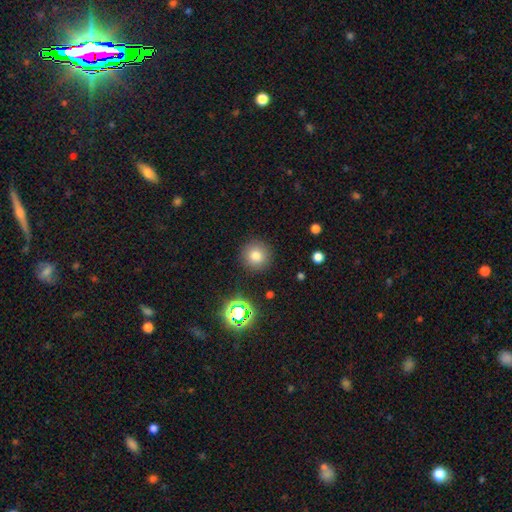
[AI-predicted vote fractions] smooth-or-featured: smooth: 77% | star or artifact: 15% | featured or disk: 8%
  how-rounded: round: 95% | in between: 4% | cigar-shaped: 1%
  merging: none: 90% | minor disturbance: 6% | major disturbance: 2% | merger: 2%